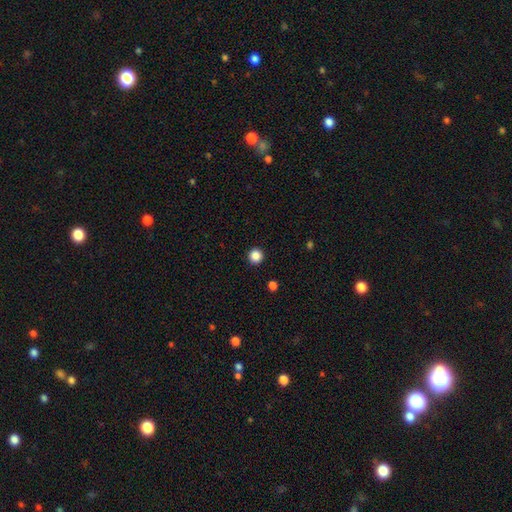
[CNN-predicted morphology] Q: Smooth or featured?
A: smooth (86%); runner-up: star or artifact (11%)
Q: How rounded?
A: round (96%); runner-up: in between (3%)
Q: Merging?
A: none (94%); runner-up: minor disturbance (4%)